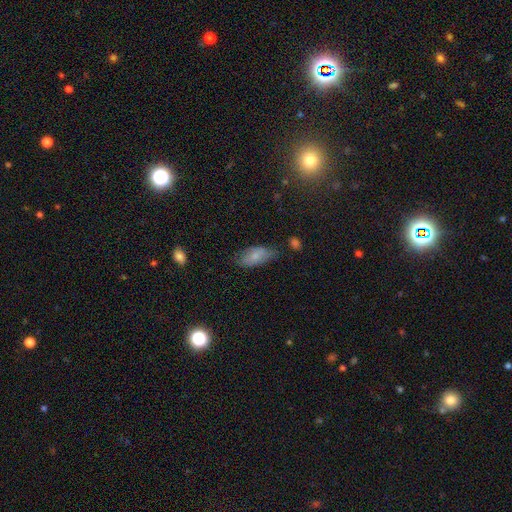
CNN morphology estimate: type=smooth (74%); roundness=in between (89%); merging=none (60%).